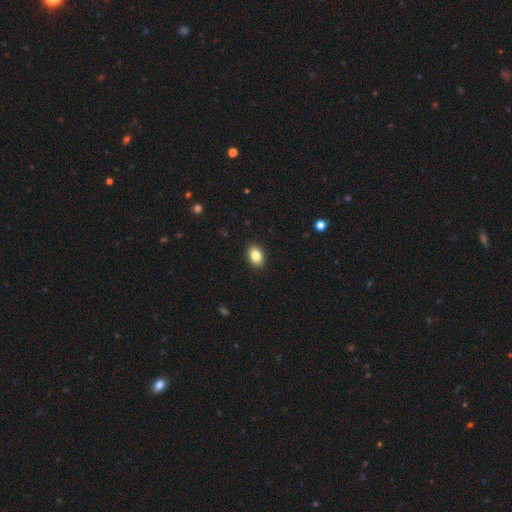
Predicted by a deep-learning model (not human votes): This appears to be a smooth galaxy with no disk features (85%) that is in between round and cigar-shaped (77%). Merging: none (90%).